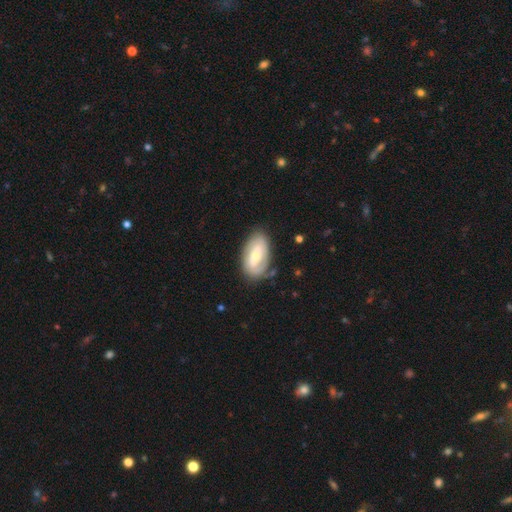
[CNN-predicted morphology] Smooth or featured?
  - featured or disk: 54% *
  - smooth: 40%
  - star or artifact: 6%
Edge-on disk?
  - no: 93% *
  - yes: 7%
Merging?
  - none: 73% *
  - minor disturbance: 19%
  - major disturbance: 6%
  - merger: 2%